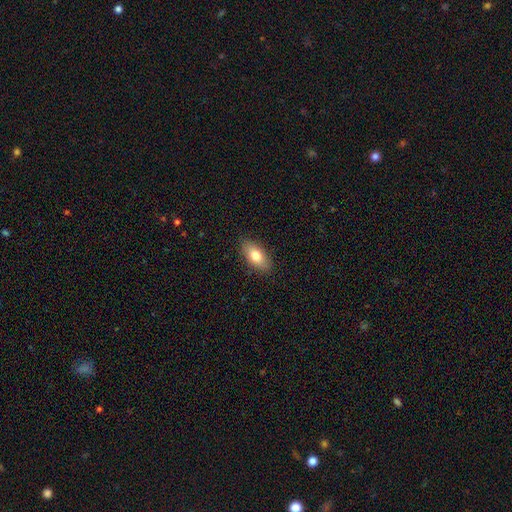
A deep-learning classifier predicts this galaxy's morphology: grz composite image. It shows a smooth galaxy with no disk features (78%) that is in between round and cigar-shaped (89%). Merging: none (88%).